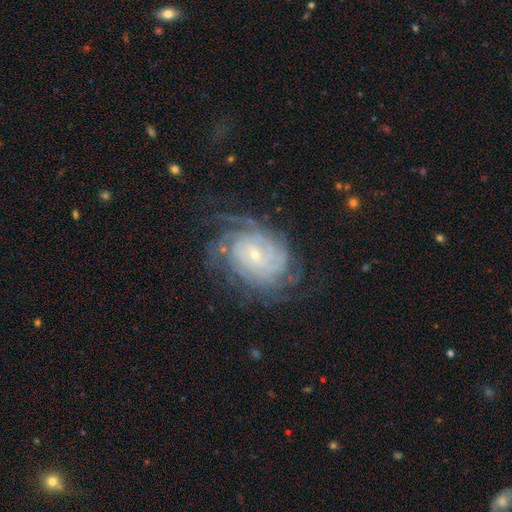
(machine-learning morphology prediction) smooth_or_featured: featured or disk (p=0.88) [alt: star or artifact p=0.06]
disk_edge_on: no (p=0.97) [alt: yes p=0.03]
bar: no (p=0.65) [alt: weak p=0.27]
has_spiral_arms: yes (p=0.98) [alt: no p=0.02]
spiral_winding: tight (p=0.76) [alt: medium p=0.20]
spiral_arm_count: can't tell (p=0.26) [alt: 4 p=0.25]
bulge_size: small (p=0.76) [alt: moderate p=0.19]
merging: none (p=0.70) [alt: minor disturbance p=0.18]